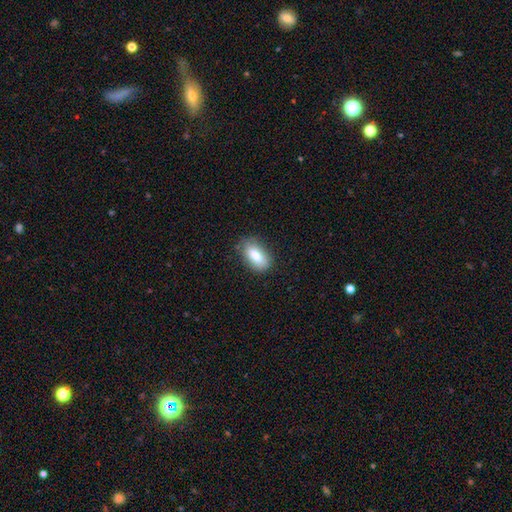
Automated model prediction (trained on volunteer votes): Smooth or featured? Predicted: smooth (p=0.81). How rounded? Predicted: in between (p=0.88). Merging? Predicted: none (p=0.78).